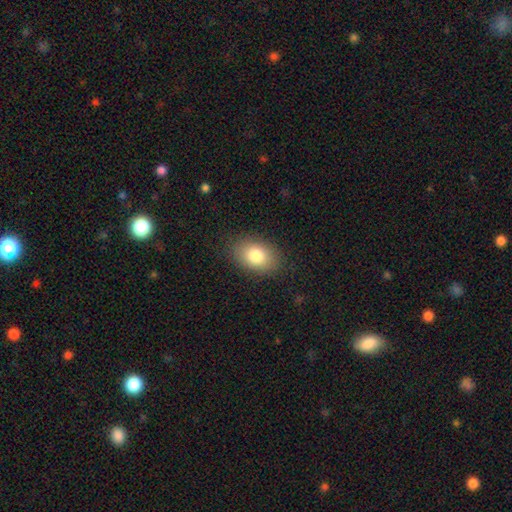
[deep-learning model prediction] Smooth or featured?
  - smooth: 82% *
  - featured or disk: 9%
  - star or artifact: 8%
How rounded?
  - in between: 82% *
  - round: 17%
  - cigar-shaped: 1%
Merging?
  - none: 86% *
  - minor disturbance: 10%
  - major disturbance: 3%
  - merger: 1%